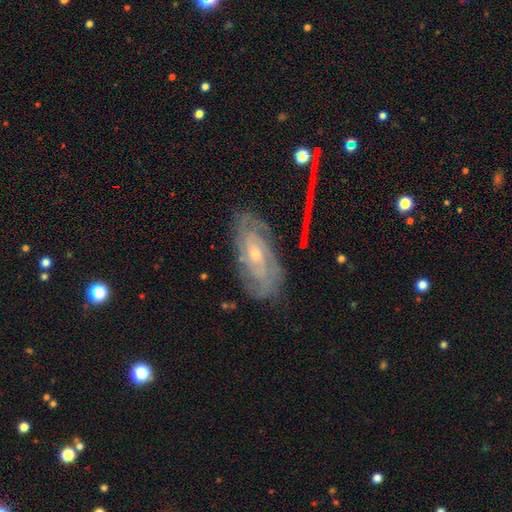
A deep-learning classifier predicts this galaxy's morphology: The model was most divided on "spiral arm count": can't tell: 37%, 2: 27%, 3: 18%, 4: 9%, more than 4: 5%, 1: 5%. More confident: spiral arms — yes (94%); edge-on disk — no (93%); smooth or featured — featured or disk (82%); merging — none (75%); spiral winding — tight (65%); bar — no (63%); bulge size — small (59%).